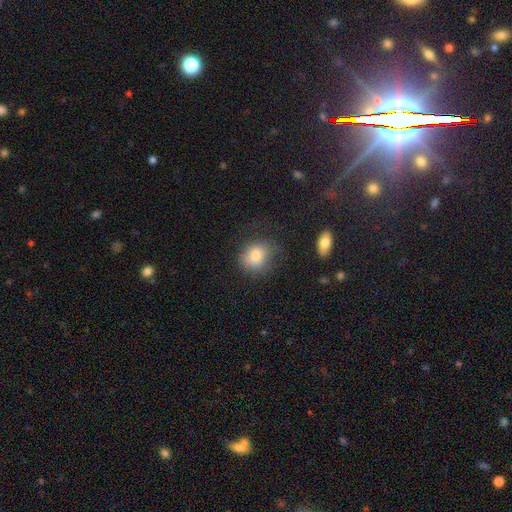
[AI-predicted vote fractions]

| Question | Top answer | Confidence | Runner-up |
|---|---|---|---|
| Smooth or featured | smooth | 80% | star or artifact (10%) |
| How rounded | round | 66% | in between (32%) |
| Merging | none | 67% | minor disturbance (21%) |